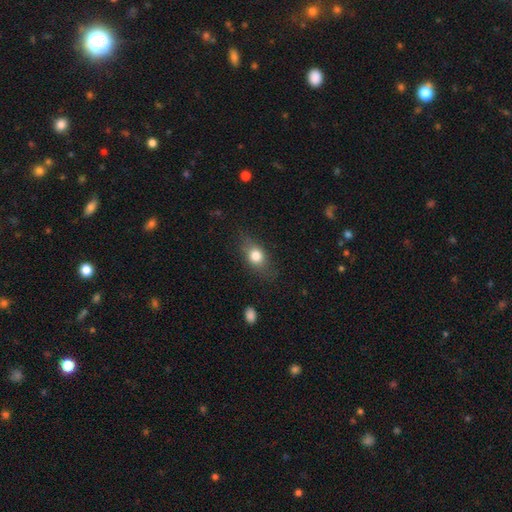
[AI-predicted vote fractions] Q: Smooth or featured?
A: smooth (76%); runner-up: featured or disk (15%)
Q: How rounded?
A: in between (64%); runner-up: round (31%)
Q: Merging?
A: none (73%); runner-up: minor disturbance (19%)